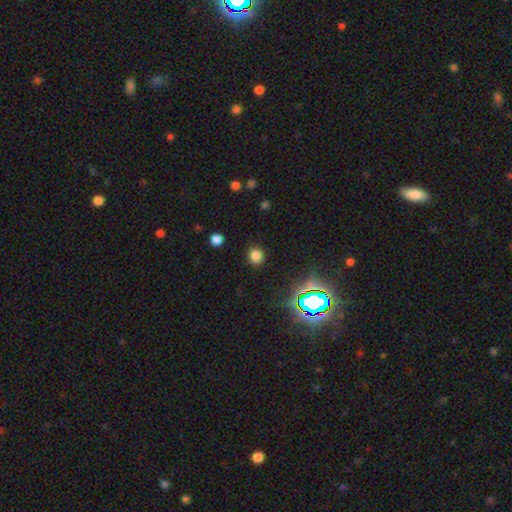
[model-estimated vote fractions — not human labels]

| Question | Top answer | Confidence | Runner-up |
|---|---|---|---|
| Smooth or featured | smooth | 76% | star or artifact (19%) |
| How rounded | round | 85% | in between (14%) |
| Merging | none | 88% | minor disturbance (7%) |